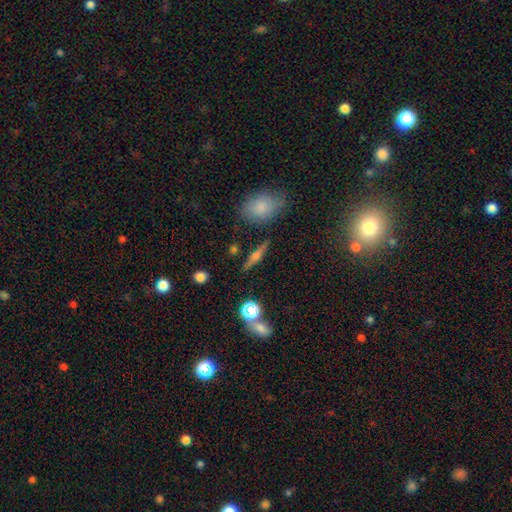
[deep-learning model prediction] Smooth or featured: featured or disk — 54% (smooth — 34%)
Edge-on disk: yes — 94% (no — 6%)
Edge-on bulge: rounded — 88% (boxy — 7%)
Merging: none — 85% (minor disturbance — 9%)